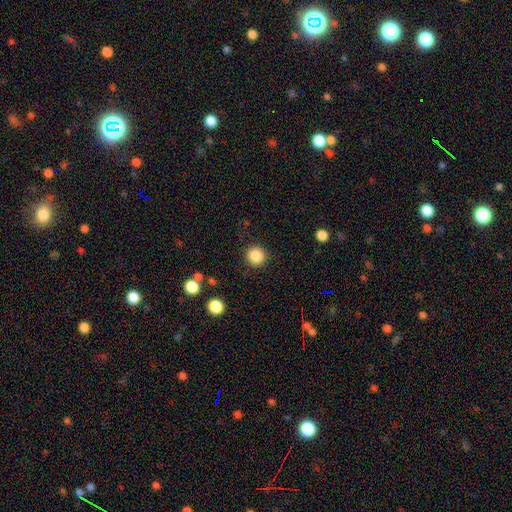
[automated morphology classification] smooth_or_featured: smooth (p=0.86) [alt: star or artifact p=0.10]
how_rounded: round (p=0.93) [alt: in between p=0.06]
merging: none (p=0.89) [alt: minor disturbance p=0.07]